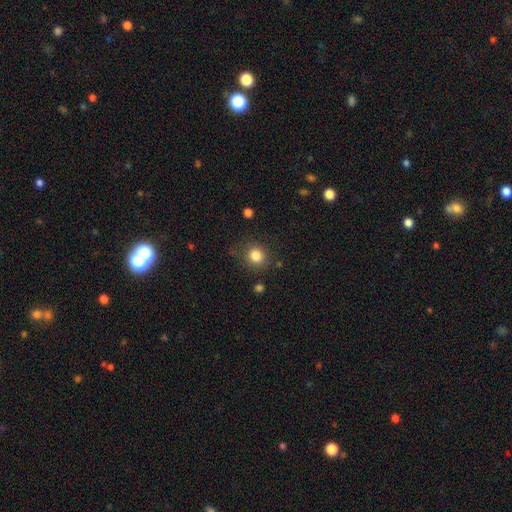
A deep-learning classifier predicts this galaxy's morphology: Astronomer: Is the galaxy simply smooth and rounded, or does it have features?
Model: smooth — 84%.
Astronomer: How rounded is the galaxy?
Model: round — 85%.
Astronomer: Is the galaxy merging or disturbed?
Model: none — 83%.